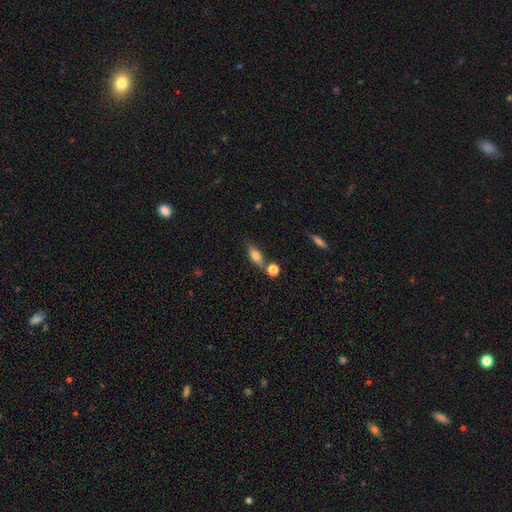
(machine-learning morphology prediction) type=smooth (65%); roundness=in between (63%); merging=none (63%).